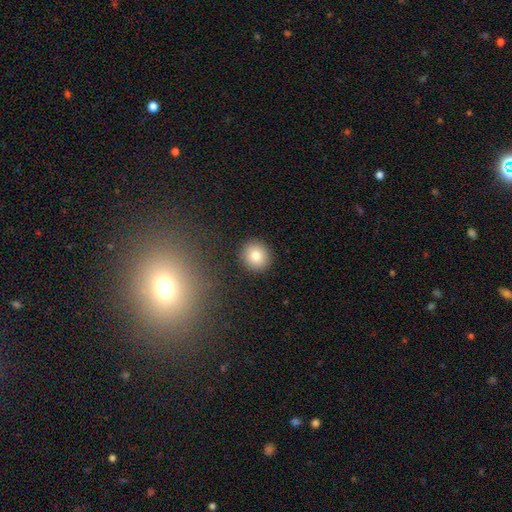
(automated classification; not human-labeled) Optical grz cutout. It shows a smooth galaxy with no disk features (82%) that is round (89%). Merging: none (91%).